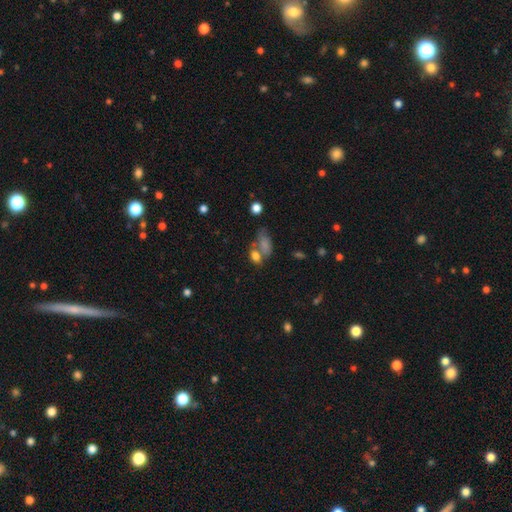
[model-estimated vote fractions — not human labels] Q: Smooth or featured?
A: smooth (77%); runner-up: star or artifact (12%)
Q: How rounded?
A: in between (79%); runner-up: round (17%)
Q: Merging?
A: merger (43%); runner-up: none (37%)